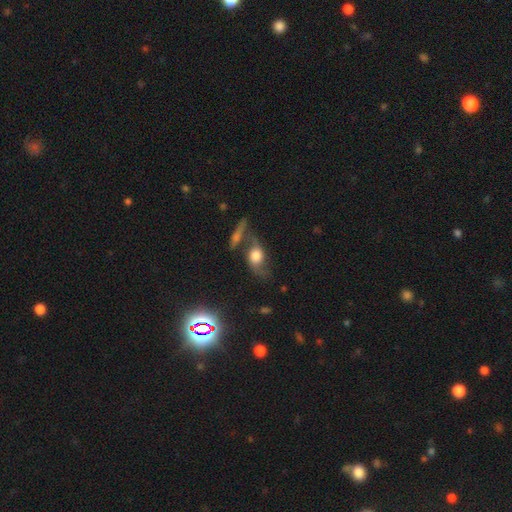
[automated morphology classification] This is possibly a featured or disk galaxy (48%). Merging: marginally none (41%).